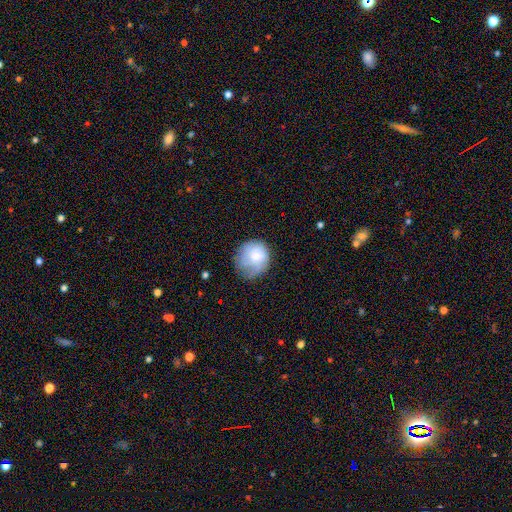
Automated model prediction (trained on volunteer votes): Smooth or featured? Predicted: smooth (p=0.70). How rounded? Predicted: round (p=0.77). Merging? Predicted: none (p=0.52).